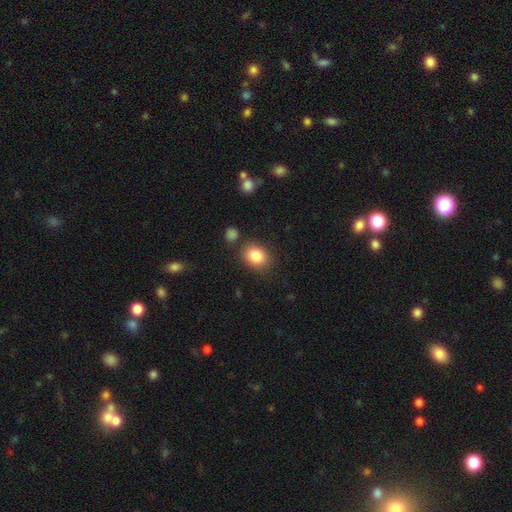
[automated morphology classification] This appears to be a smooth galaxy with no disk features (84%) that is round (51%). Merging: none (80%).